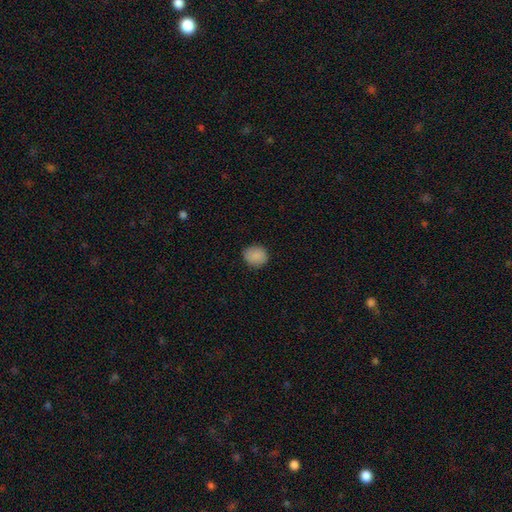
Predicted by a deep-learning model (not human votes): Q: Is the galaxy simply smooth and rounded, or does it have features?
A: smooth — 88%.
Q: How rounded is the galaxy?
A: round — 76%.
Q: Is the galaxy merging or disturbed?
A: none — 87%.